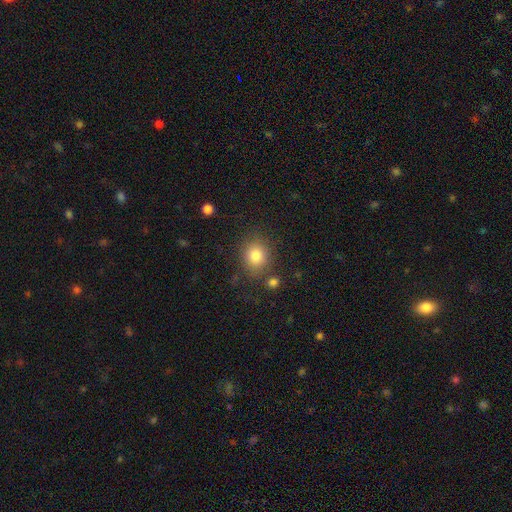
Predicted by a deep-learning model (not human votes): A smooth galaxy with no disk features (82%) that is round (75%). Merging: none (80%).